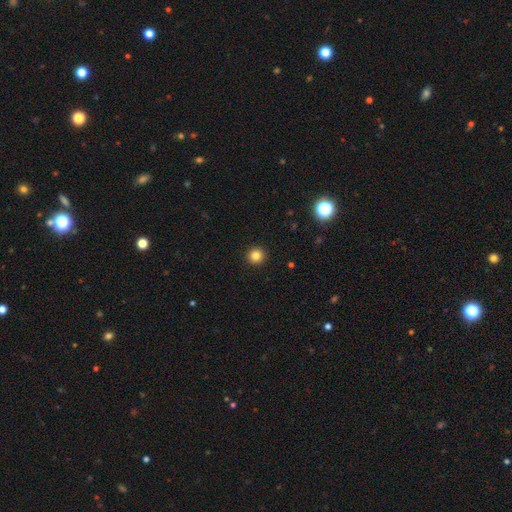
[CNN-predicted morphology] smooth_or_featured: smooth (p=0.83) [alt: star or artifact p=0.12]
how_rounded: round (p=0.95) [alt: in between p=0.04]
merging: none (p=0.93) [alt: minor disturbance p=0.04]